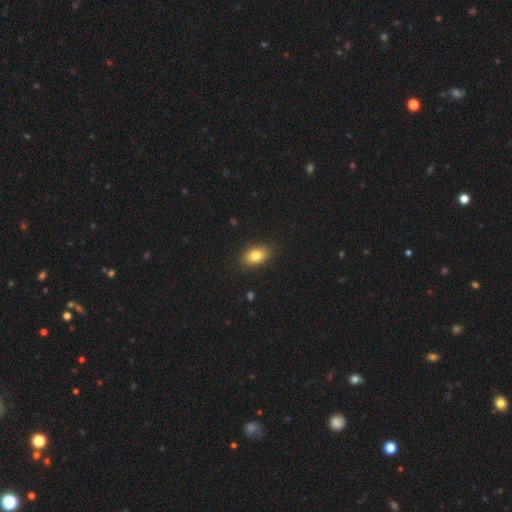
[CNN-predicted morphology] A smooth galaxy with no disk features (82%) that is in between round and cigar-shaped (87%).

Vote fractions:
- Smooth or featured? smooth: 82% / featured or disk: 9% / star or artifact: 8%
- How rounded? in between: 87% / round: 10% / cigar-shaped: 2%
- Merging? none: 87% / minor disturbance: 10% / major disturbance: 2% / merger: 1%